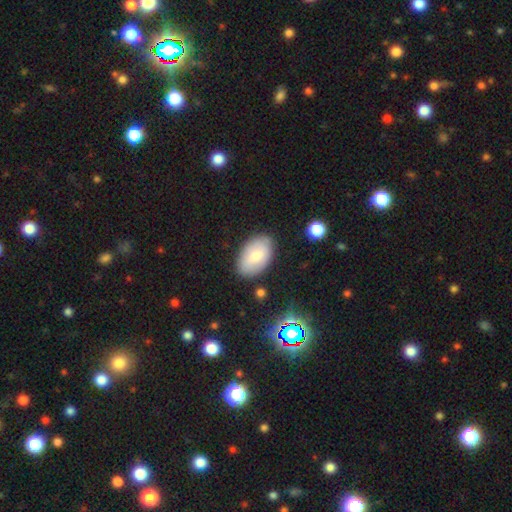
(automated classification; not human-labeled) The model was most divided on "smooth or featured": smooth: 71%, featured or disk: 21%, star or artifact: 8%. More confident: how rounded — in between (92%); merging — none (81%).